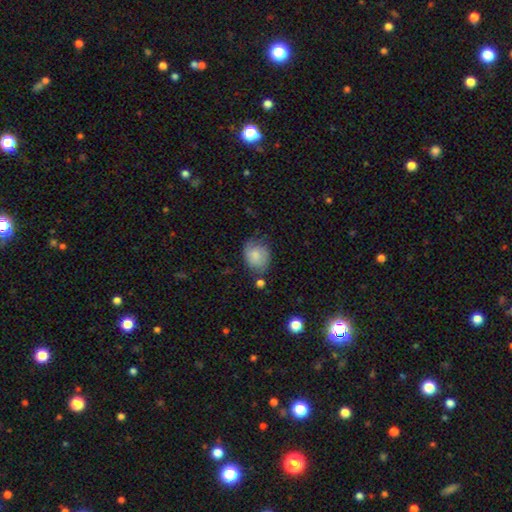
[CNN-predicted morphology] smooth 70%, featured or disk 22%, star or artifact 8%. Down the decision tree: how rounded — in between (52%); merging — none (53%).